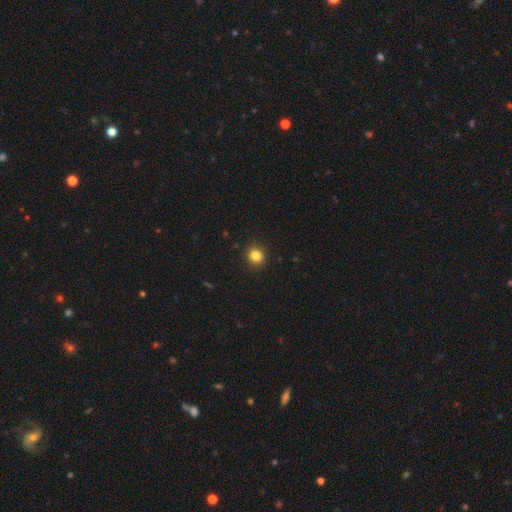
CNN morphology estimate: smooth-or-featured: smooth: 84% | star or artifact: 11% | featured or disk: 5%
  how-rounded: round: 80% | in between: 19% | cigar-shaped: 1%
  merging: none: 91% | minor disturbance: 6% | major disturbance: 2% | merger: 1%